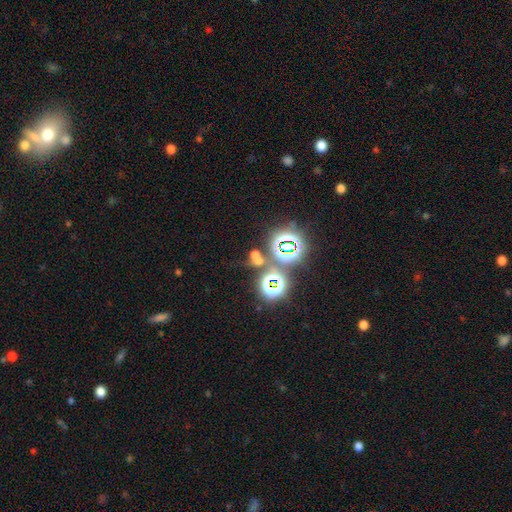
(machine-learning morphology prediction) star or artifact 53%, smooth 37%, featured or disk 10%.